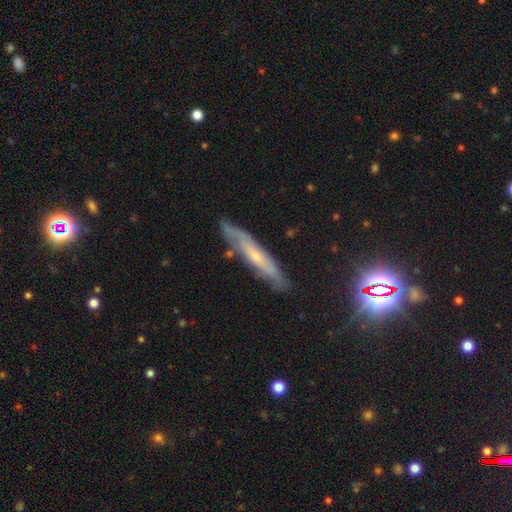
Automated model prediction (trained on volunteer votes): A featured or disk galaxy (62%) viewed edge-on (63%). Merging: none (75%).